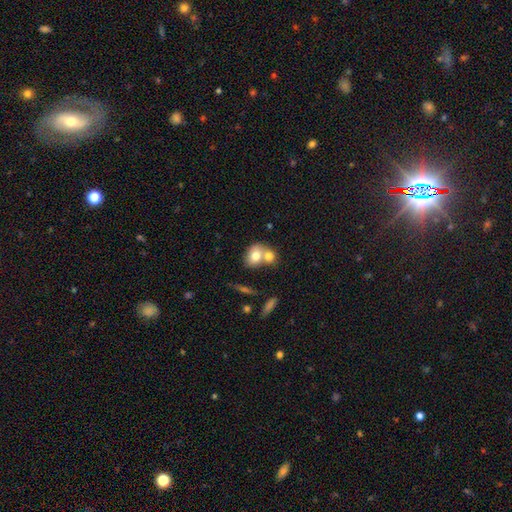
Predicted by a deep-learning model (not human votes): Morphology: type=smooth (73%); roundness=in between (51%); merging=merger (60%).